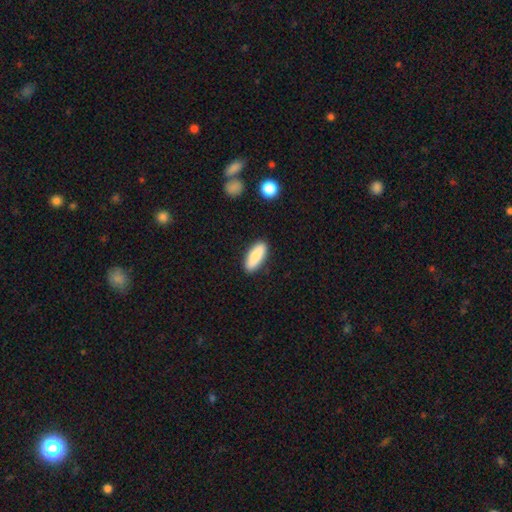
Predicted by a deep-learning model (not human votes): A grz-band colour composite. It shows a smooth galaxy with no disk features (85%) that is in between round and cigar-shaped (74%). Merging: none (88%).